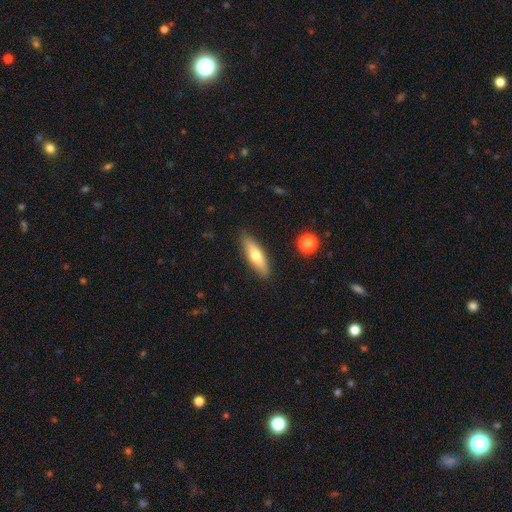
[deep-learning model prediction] Smooth or featured? smooth (62%)
How rounded? cigar-shaped (55%)
Merging? none (87%)